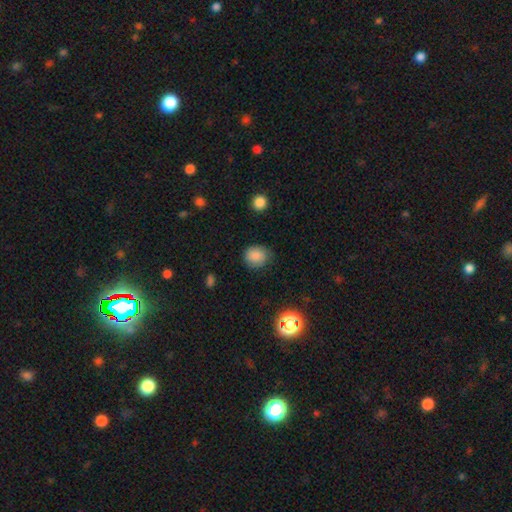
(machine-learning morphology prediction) A smooth galaxy with no disk features (82%) that is round (74%). Merging: none (79%).